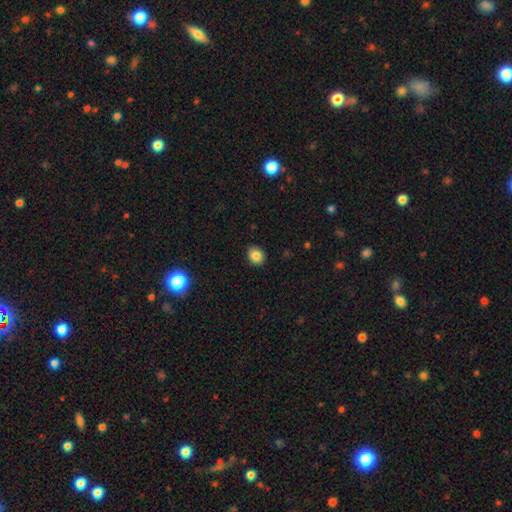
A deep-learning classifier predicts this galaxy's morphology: Smooth or featured? Predicted: smooth (p=0.84). How rounded? Predicted: round (p=0.57). Merging? Predicted: none (p=0.89).